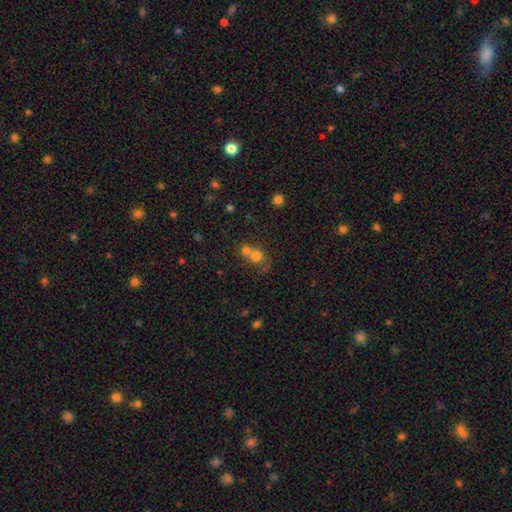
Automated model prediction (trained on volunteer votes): Q: Smooth or featured?
A: smooth (71%); runner-up: featured or disk (15%)
Q: How rounded?
A: round (81%); runner-up: in between (18%)
Q: Merging?
A: merger (60%); runner-up: none (29%)